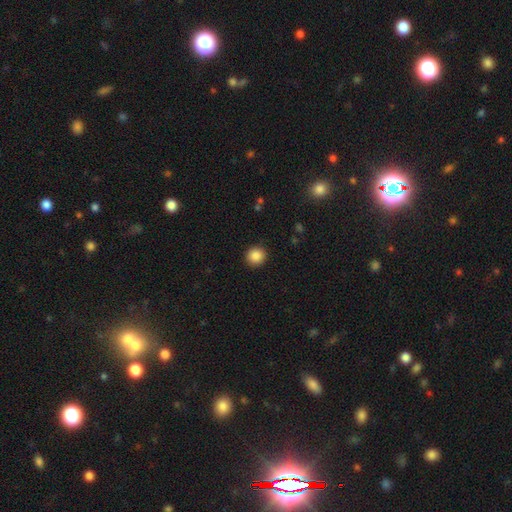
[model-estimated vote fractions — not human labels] smooth 87%, star or artifact 9%, featured or disk 4%. Down the decision tree: how rounded — round (92%); merging — none (92%).